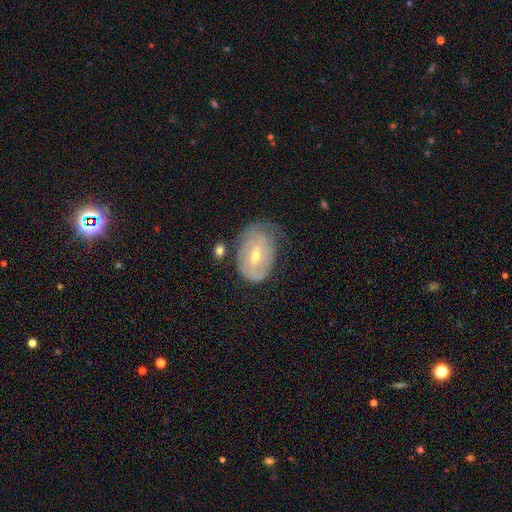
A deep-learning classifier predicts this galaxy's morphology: featured or disk 64%, smooth 29%, star or artifact 7%. Down the decision tree: edge-on disk — no (94%); bar — weak (46%); spiral arms — yes (68%); bulge size — small (56%); merging — none (45%).